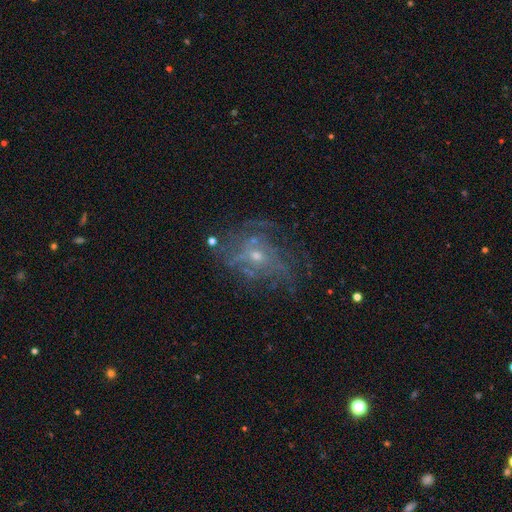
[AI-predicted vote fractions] Morphology: type=featured or disk (72%); edge-on=no (97%); bar=no (79%); spiral arms=yes (67%); bulge=small (64%); merging=none (56%).